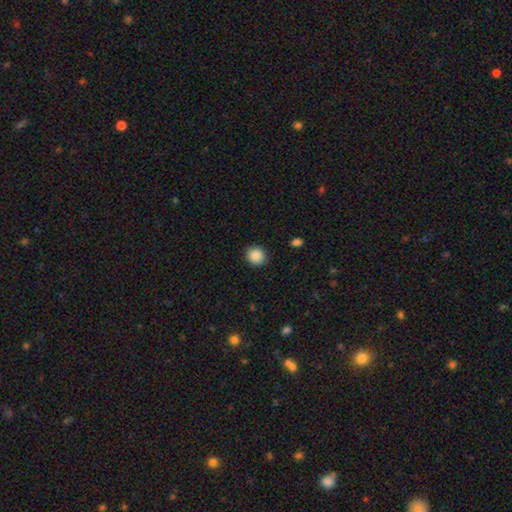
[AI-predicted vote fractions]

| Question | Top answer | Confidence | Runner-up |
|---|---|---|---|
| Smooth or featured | smooth | 88% | star or artifact (9%) |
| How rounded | round | 87% | in between (12%) |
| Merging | none | 90% | minor disturbance (7%) |